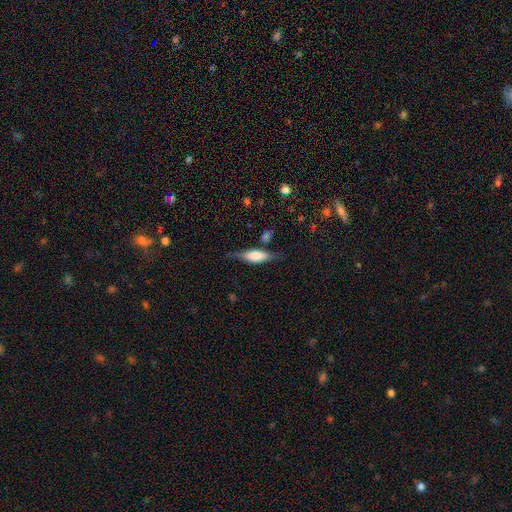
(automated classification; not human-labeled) Smooth or featured: smooth — 48% (featured or disk — 45%)
Merging: none — 69% (minor disturbance — 20%)